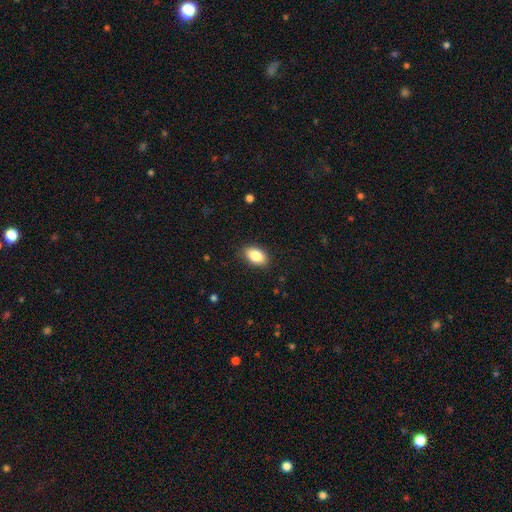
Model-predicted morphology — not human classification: smooth-or-featured: smooth: 86% | star or artifact: 7% | featured or disk: 7%
  how-rounded: in between: 91% | round: 6% | cigar-shaped: 3%
  merging: none: 86% | minor disturbance: 10% | major disturbance: 2% | merger: 1%